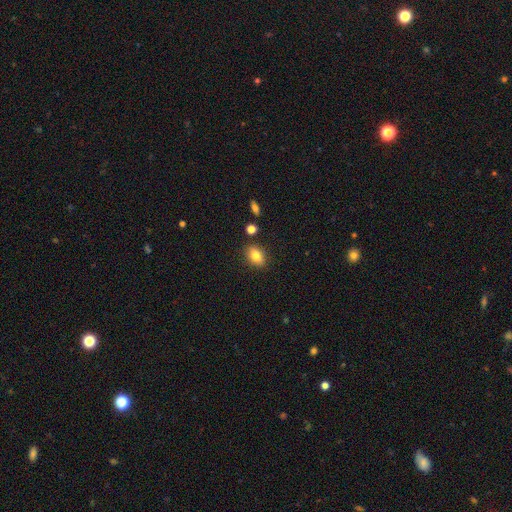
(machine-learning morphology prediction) Q: Smooth or featured?
A: smooth (81%); runner-up: featured or disk (10%)
Q: How rounded?
A: in between (81%); runner-up: round (17%)
Q: Merging?
A: none (85%); runner-up: minor disturbance (10%)